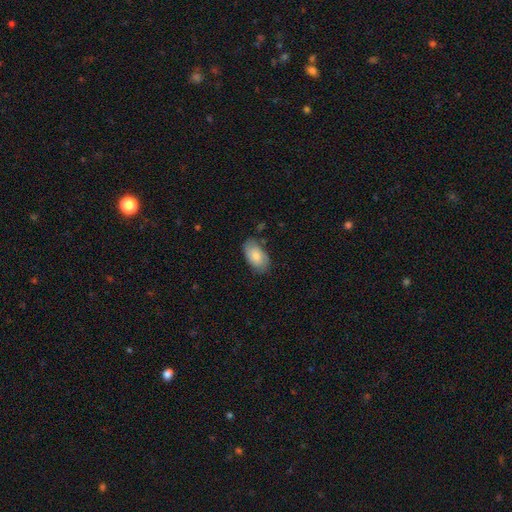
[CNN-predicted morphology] Overall: smooth (76%). How rounded: in between (94%). Merging: none (73%).